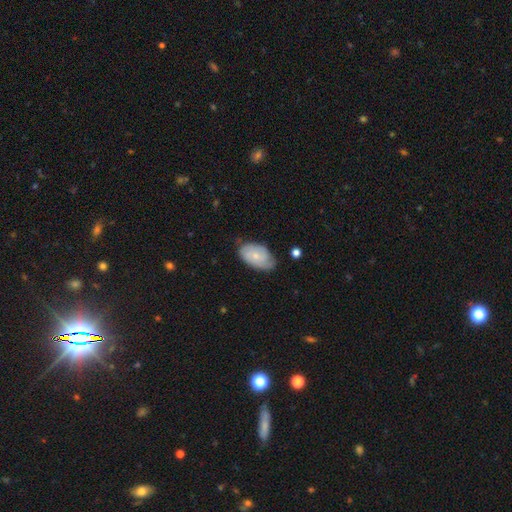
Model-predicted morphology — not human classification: smooth_or_featured: smooth (p=0.54) [alt: featured or disk p=0.40]
how_rounded: in between (p=0.93) [alt: round p=0.05]
merging: none (p=0.62) [alt: minor disturbance p=0.30]